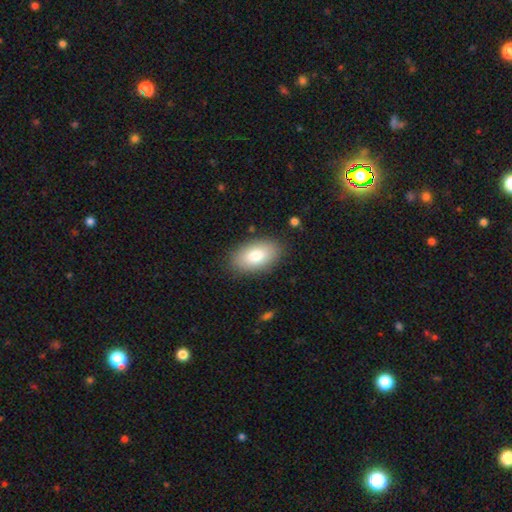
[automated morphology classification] Q: Smooth or featured?
A: smooth (80%); runner-up: featured or disk (13%)
Q: How rounded?
A: in between (94%); runner-up: round (5%)
Q: Merging?
A: none (85%); runner-up: minor disturbance (10%)